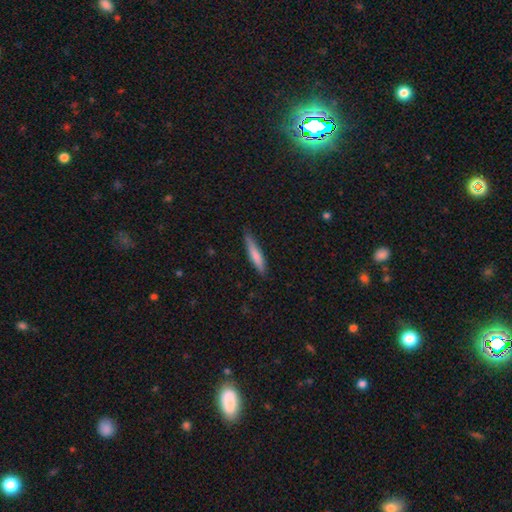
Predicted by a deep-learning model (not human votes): Smooth or featured? smooth (74%)
How rounded? cigar-shaped (90%)
Merging? none (81%)